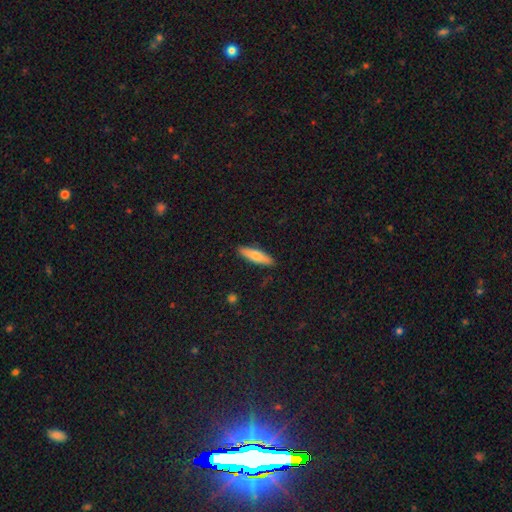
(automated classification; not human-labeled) smooth-or-featured: smooth: 73% | featured or disk: 21% | star or artifact: 6%
  how-rounded: cigar-shaped: 65% | in between: 34% | round: 2%
  merging: none: 89% | minor disturbance: 8% | major disturbance: 2% | merger: 1%